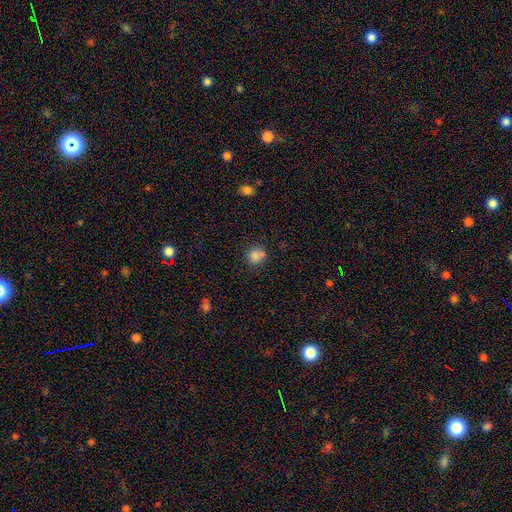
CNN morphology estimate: smooth 80%, star or artifact 13%, featured or disk 7%. Down the decision tree: how rounded — round (83%); merging — none (67%).